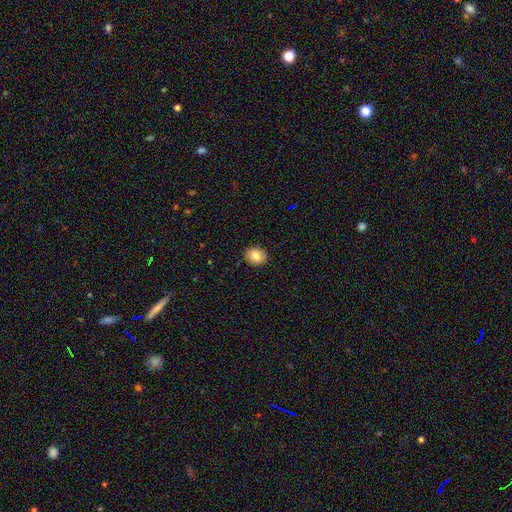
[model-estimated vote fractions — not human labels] smooth-or-featured: smooth: 83% | star or artifact: 9% | featured or disk: 8%
  how-rounded: round: 65% | in between: 34% | cigar-shaped: 1%
  merging: none: 91% | minor disturbance: 7% | major disturbance: 2% | merger: 1%